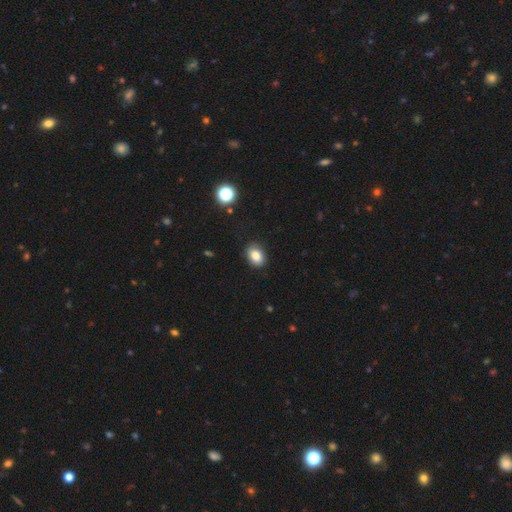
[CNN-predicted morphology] Smooth or featured? smooth (83%)
How rounded? in between (71%)
Merging? none (87%)